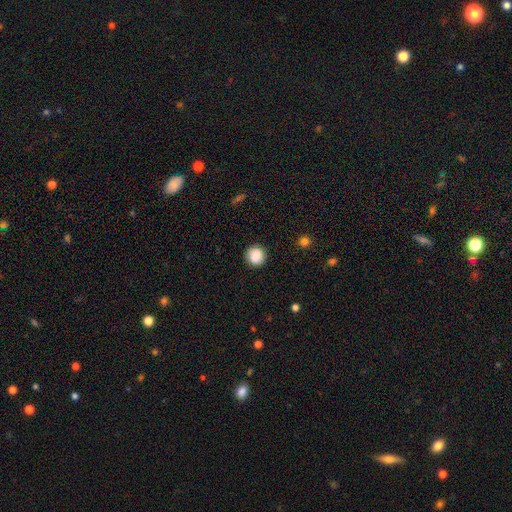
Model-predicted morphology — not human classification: Smooth or featured? smooth (87%)
How rounded? round (91%)
Merging? none (89%)